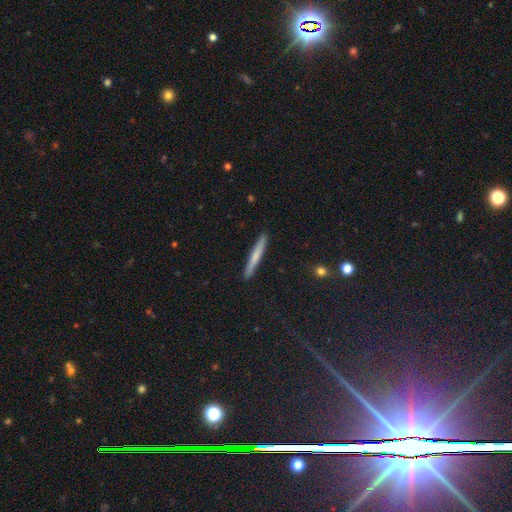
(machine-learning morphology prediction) A smooth galaxy with no disk features (60%) that is cigar-shaped (96%).

Vote fractions:
- Smooth or featured? smooth: 60% / featured or disk: 34% / star or artifact: 6%
- How rounded? cigar-shaped: 96% / in between: 3% / round: 1%
- Merging? none: 91% / minor disturbance: 6% / major disturbance: 1% / merger: 1%